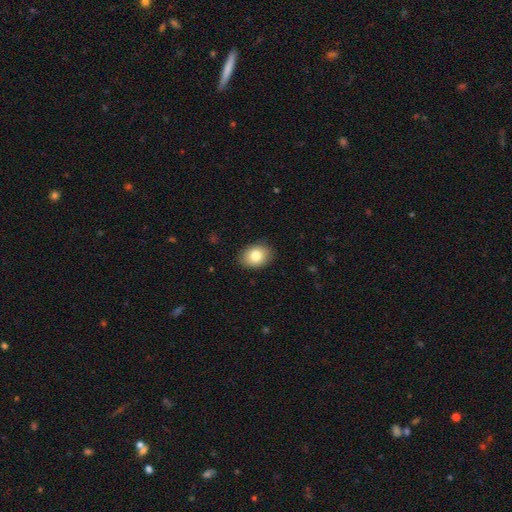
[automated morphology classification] Q: Smooth or featured?
A: smooth (83%); runner-up: featured or disk (9%)
Q: How rounded?
A: in between (69%); runner-up: round (30%)
Q: Merging?
A: none (87%); runner-up: minor disturbance (10%)